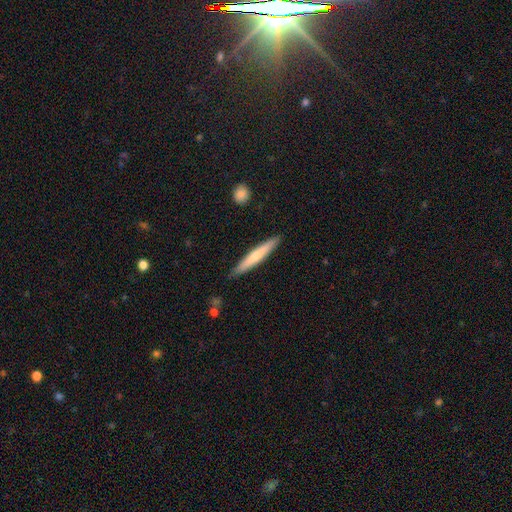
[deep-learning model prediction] smooth_or_featured: smooth (p=0.57) [alt: featured or disk p=0.38]
how_rounded: cigar-shaped (p=0.94) [alt: in between p=0.05]
merging: none (p=0.88) [alt: minor disturbance p=0.09]